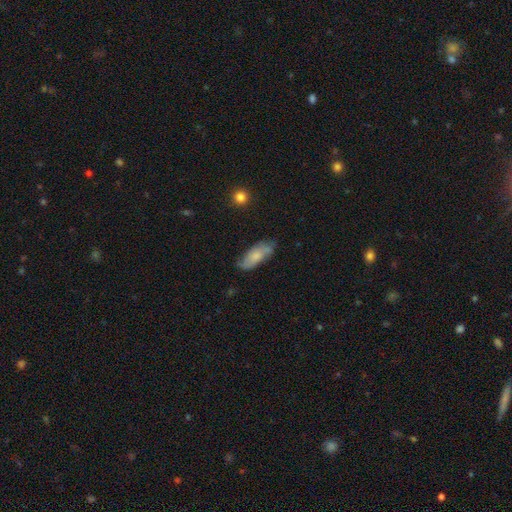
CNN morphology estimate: This appears to be a smooth galaxy with no disk features (55%) that is in between round and cigar-shaped (78%). Merging: none (64%).